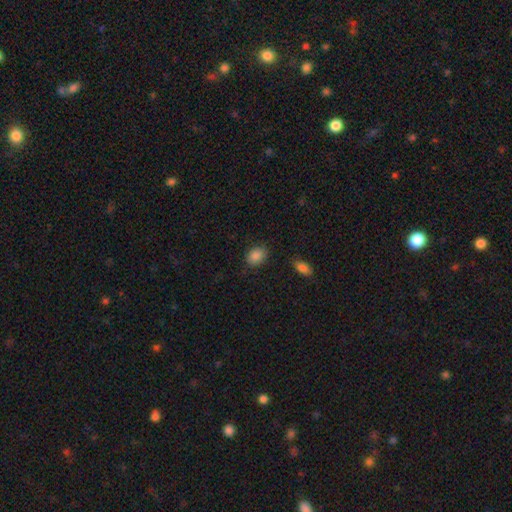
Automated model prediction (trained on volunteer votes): smooth-or-featured: smooth: 87% | star or artifact: 8% | featured or disk: 4%
  how-rounded: in between: 72% | round: 27% | cigar-shaped: 1%
  merging: none: 83% | minor disturbance: 12% | major disturbance: 3% | merger: 2%